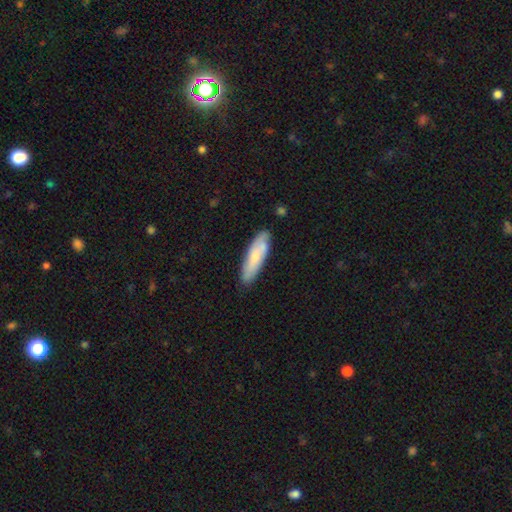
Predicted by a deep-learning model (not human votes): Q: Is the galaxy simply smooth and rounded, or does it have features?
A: smooth — 68%.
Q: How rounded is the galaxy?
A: cigar-shaped — 61%.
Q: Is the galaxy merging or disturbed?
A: none — 80%.